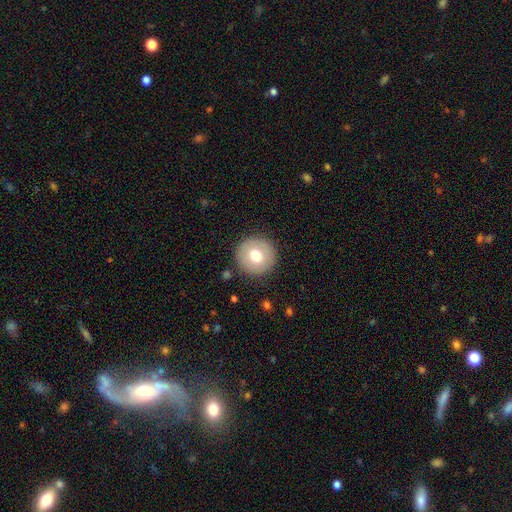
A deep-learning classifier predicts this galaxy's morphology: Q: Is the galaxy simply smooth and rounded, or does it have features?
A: smooth — 70%.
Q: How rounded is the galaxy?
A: round — 96%.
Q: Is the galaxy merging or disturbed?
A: none — 90%.